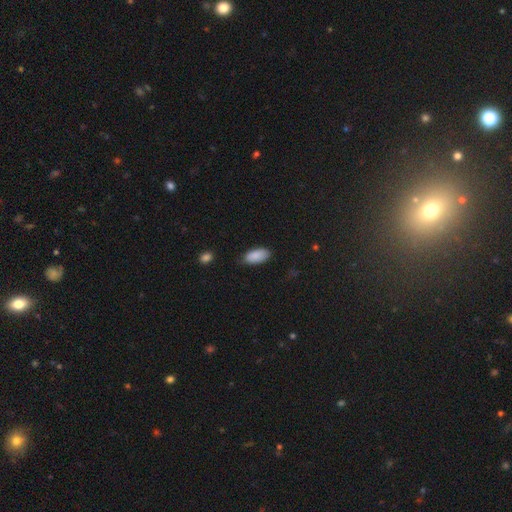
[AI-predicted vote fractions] smooth 89%, star or artifact 7%, featured or disk 5%. Down the decision tree: how rounded — in between (92%); merging — none (74%).